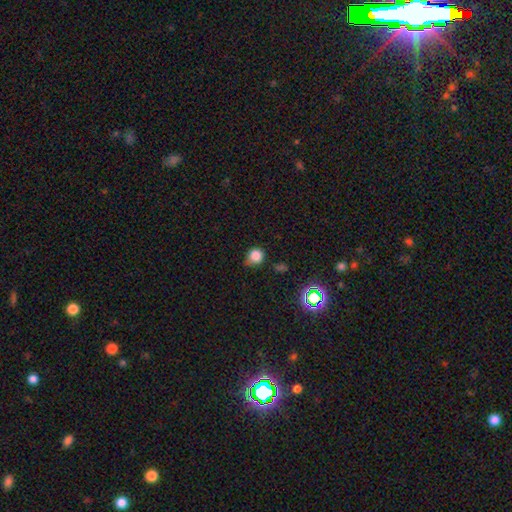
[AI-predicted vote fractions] Smooth or featured?
  - smooth: 81% *
  - star or artifact: 14%
  - featured or disk: 5%
How rounded?
  - round: 81% *
  - in between: 18%
  - cigar-shaped: 1%
Merging?
  - none: 57% *
  - minor disturbance: 32%
  - major disturbance: 7%
  - merger: 3%